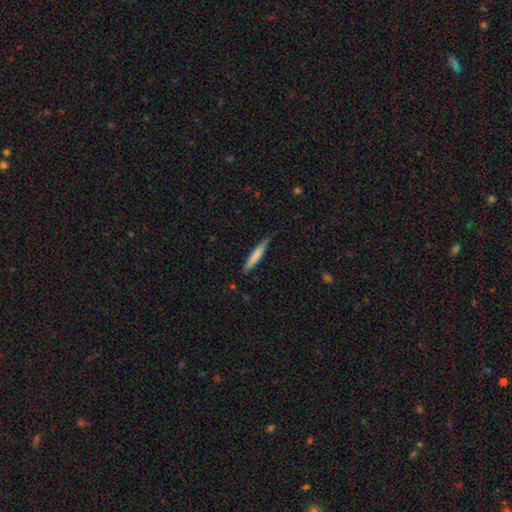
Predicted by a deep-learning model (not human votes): Smooth or featured? smooth (71%)
How rounded? cigar-shaped (93%)
Merging? none (81%)